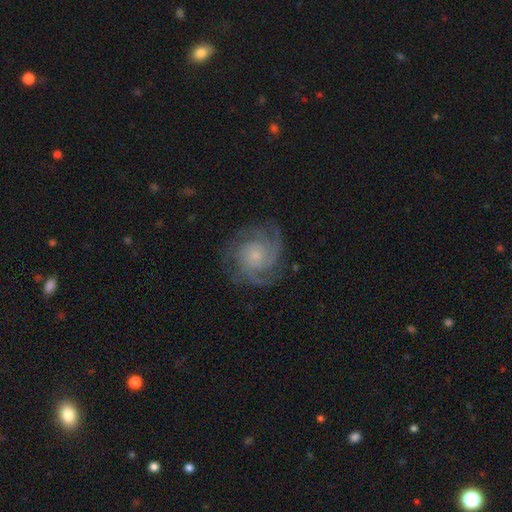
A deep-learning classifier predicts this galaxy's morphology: A featured or disk galaxy (85%) with no bar (77%), 3 (39%) tight (63%) spiral arms (98%) and a small central bulge (65%).

Vote fractions:
- Smooth or featured? featured or disk: 85% / smooth: 9% / star or artifact: 6%
- Edge-on disk? no: 98% / yes: 2%
- Bar? no: 77% / weak: 20% / strong: 3%
- Spiral arms? yes: 98% / no: 2%
- Spiral winding? tight: 63% / medium: 32% / loose: 5%
- Spiral arm count? 3: 39% / 2: 17% / 4: 16% / can't tell: 16% / more than 4: 6% / 1: 6%
- Bulge size? small: 65% / moderate: 24% / none: 7% / large: 3% / dominant: 1%
- Merging? none: 79% / minor disturbance: 14% / major disturbance: 6% / merger: 1%